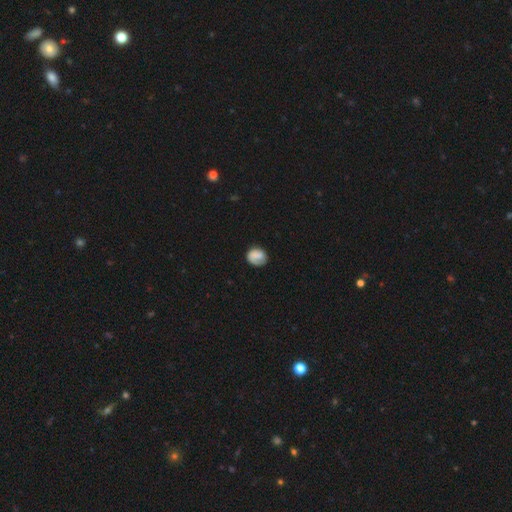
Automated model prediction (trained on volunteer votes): Smooth or featured?
  - smooth: 68% *
  - featured or disk: 24%
  - star or artifact: 8%
How rounded?
  - round: 68% *
  - in between: 31%
  - cigar-shaped: 1%
Merging?
  - none: 65% *
  - minor disturbance: 22%
  - major disturbance: 11%
  - merger: 2%